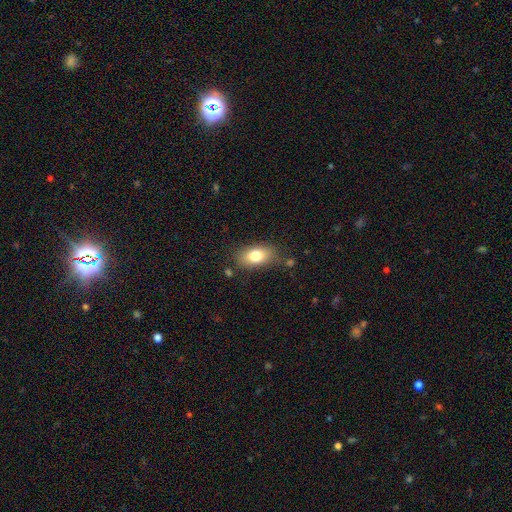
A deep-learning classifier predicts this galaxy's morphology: This appears to be a smooth galaxy with no disk features (79%) that is in between round and cigar-shaped (89%). Merging: none (78%).